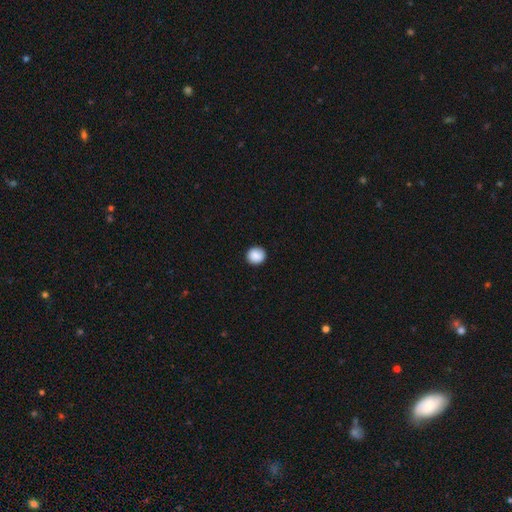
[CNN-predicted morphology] Smooth or featured? smooth (88%)
How rounded? round (90%)
Merging? none (91%)